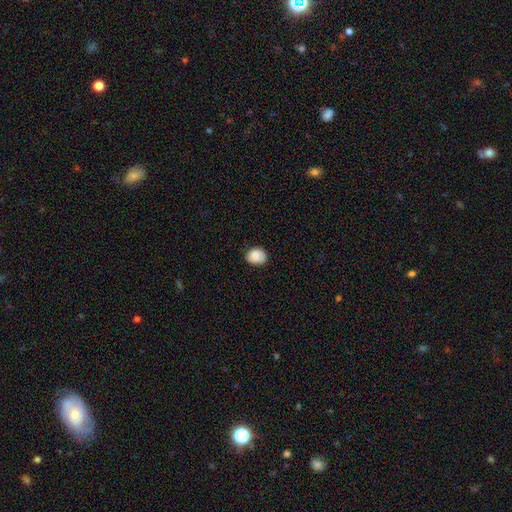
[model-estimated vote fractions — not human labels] Smooth or featured: smooth — 82% (featured or disk — 10%)
How rounded: round — 52% (in between — 48%)
Merging: none — 77% (minor disturbance — 19%)